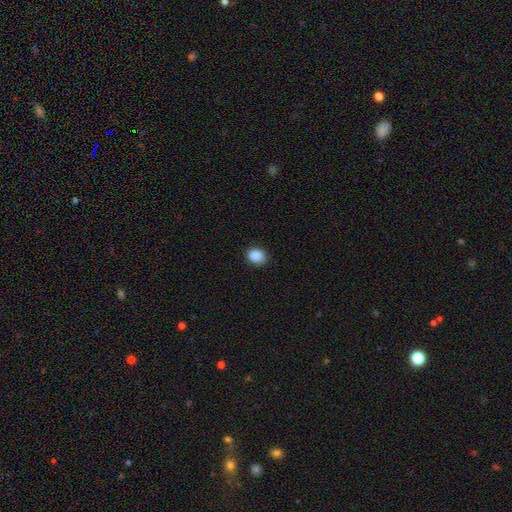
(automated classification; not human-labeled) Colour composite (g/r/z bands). It shows a smooth galaxy with no disk features (89%) that is round (52%). Merging: none (89%).